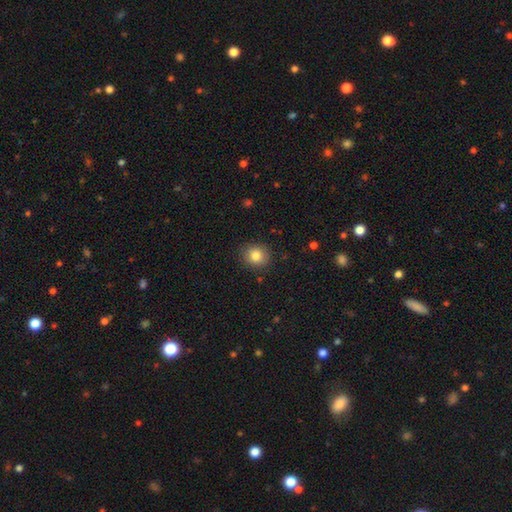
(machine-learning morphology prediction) Smooth or featured: smooth — 82% (star or artifact — 10%)
How rounded: round — 81% (in between — 19%)
Merging: none — 88% (minor disturbance — 9%)